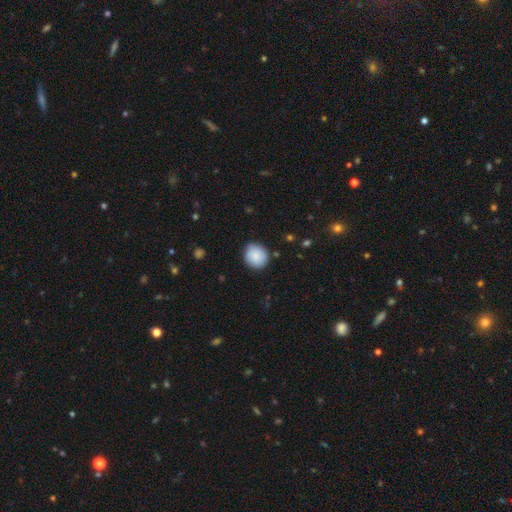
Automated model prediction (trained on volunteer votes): Smooth or featured? smooth (84%)
How rounded? round (79%)
Merging? none (81%)